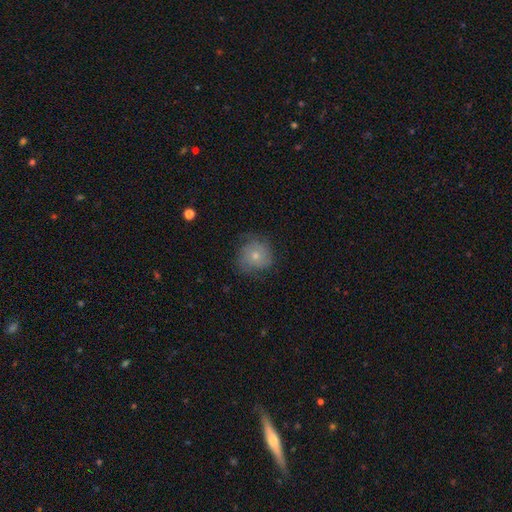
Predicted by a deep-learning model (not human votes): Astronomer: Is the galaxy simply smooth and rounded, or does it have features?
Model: smooth — 61%.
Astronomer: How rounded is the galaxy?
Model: round — 87%.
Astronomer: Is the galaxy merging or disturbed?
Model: none — 66%.